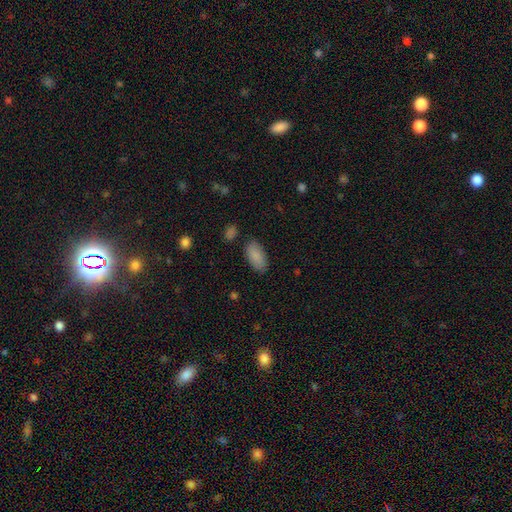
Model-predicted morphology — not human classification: This appears to be a smooth galaxy with no disk features (88%) that is in between round and cigar-shaped (93%). Merging: none (84%).